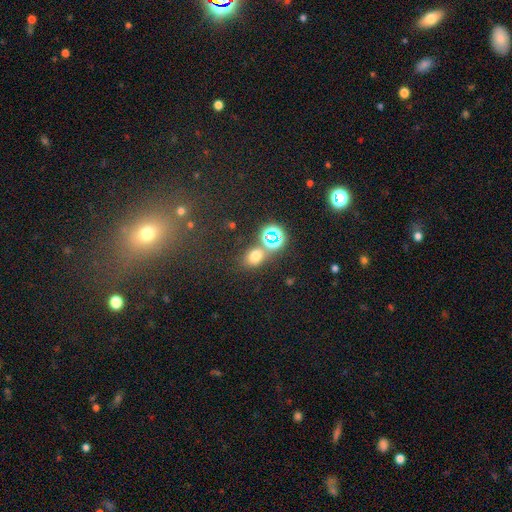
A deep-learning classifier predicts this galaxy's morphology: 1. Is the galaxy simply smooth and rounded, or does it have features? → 63% smooth, 30% star or artifact, 8% featured or disk.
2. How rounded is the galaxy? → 50% round, 48% in between, 2% cigar-shaped.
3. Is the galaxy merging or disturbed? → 67% none, 17% merger, 11% minor disturbance, 5% major disturbance.